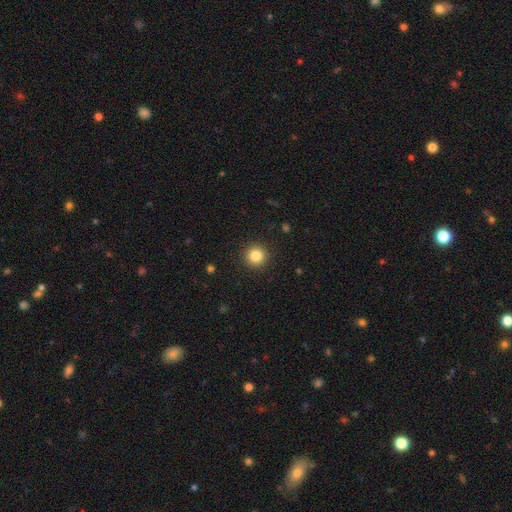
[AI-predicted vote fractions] Smooth or featured?
  - smooth: 85% *
  - star or artifact: 11%
  - featured or disk: 5%
How rounded?
  - round: 95% *
  - in between: 4%
  - cigar-shaped: 1%
Merging?
  - none: 92% *
  - minor disturbance: 5%
  - major disturbance: 2%
  - merger: 1%